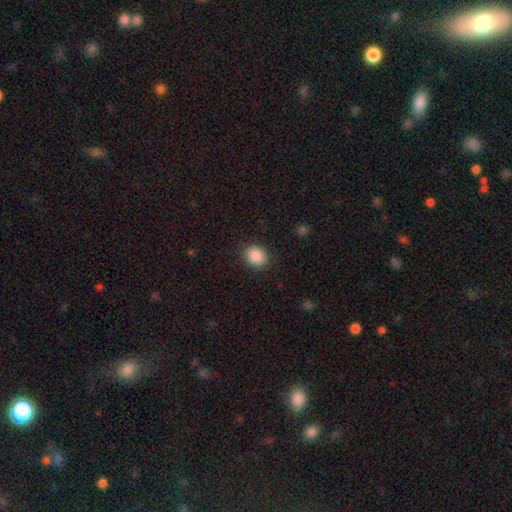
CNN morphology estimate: The model was most divided on "how rounded": round: 60%, in between: 39%, cigar-shaped: 1%. More confident: smooth or featured — smooth (89%); merging — none (88%).